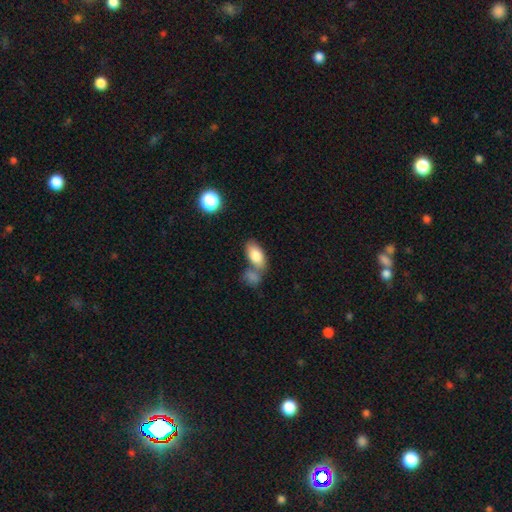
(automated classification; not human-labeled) Smooth or featured? smooth (83%)
How rounded? in between (92%)
Merging? none (44%)